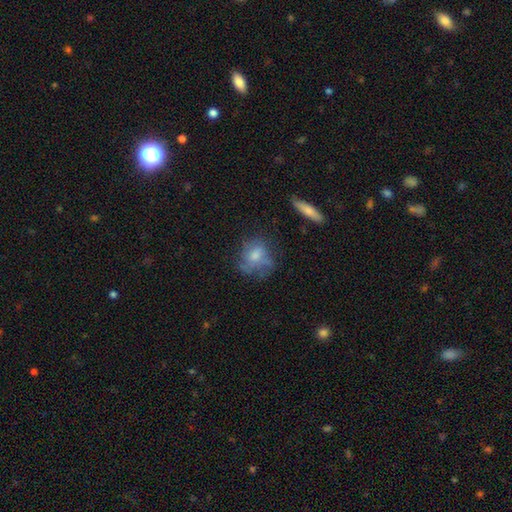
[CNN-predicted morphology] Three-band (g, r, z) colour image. It shows a smooth galaxy with no disk features (56%) that is round (54%). Merging: none (51%).